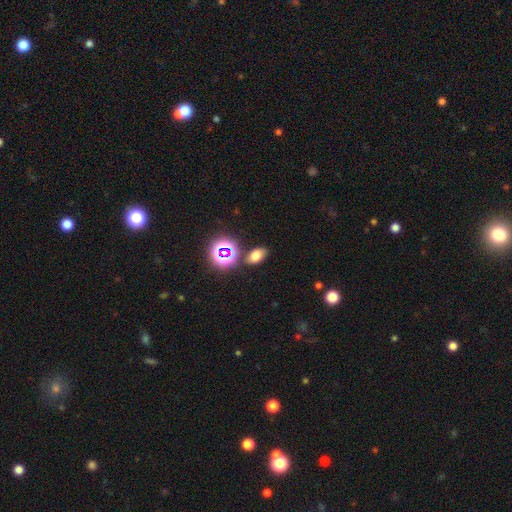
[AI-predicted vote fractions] A smooth galaxy with no disk features (68%) that is in between round and cigar-shaped (84%). Merging: none (80%).